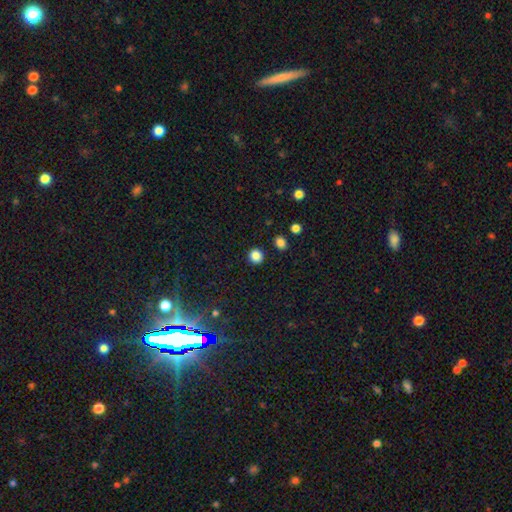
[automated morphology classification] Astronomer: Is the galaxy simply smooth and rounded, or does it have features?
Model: smooth — 85%.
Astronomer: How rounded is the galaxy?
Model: round — 87%.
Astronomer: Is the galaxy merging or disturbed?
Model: none — 89%.